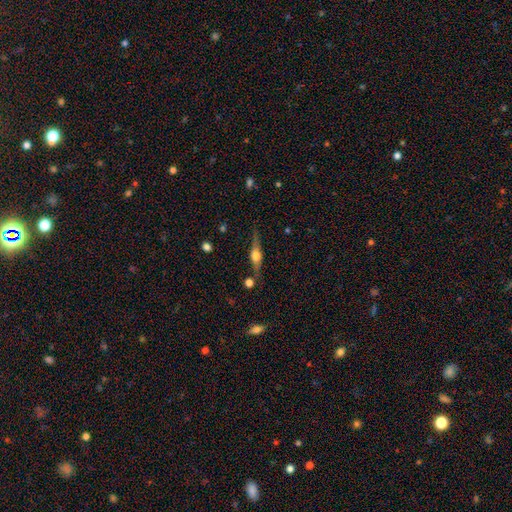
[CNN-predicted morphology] Q: Smooth or featured?
A: featured or disk (71%); runner-up: smooth (22%)
Q: Edge-on disk?
A: yes (96%); runner-up: no (4%)
Q: Edge-on bulge?
A: rounded (90%); runner-up: boxy (8%)
Q: Merging?
A: none (78%); runner-up: minor disturbance (14%)